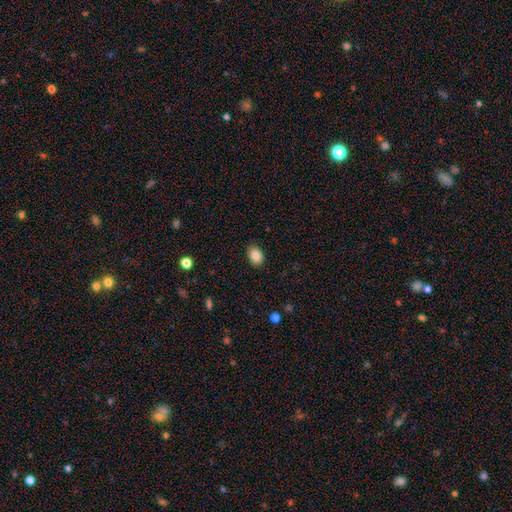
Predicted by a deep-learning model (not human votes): smooth-or-featured: smooth: 86% | star or artifact: 8% | featured or disk: 5%
  how-rounded: in between: 76% | round: 23% | cigar-shaped: 1%
  merging: none: 87% | minor disturbance: 10% | major disturbance: 2% | merger: 1%